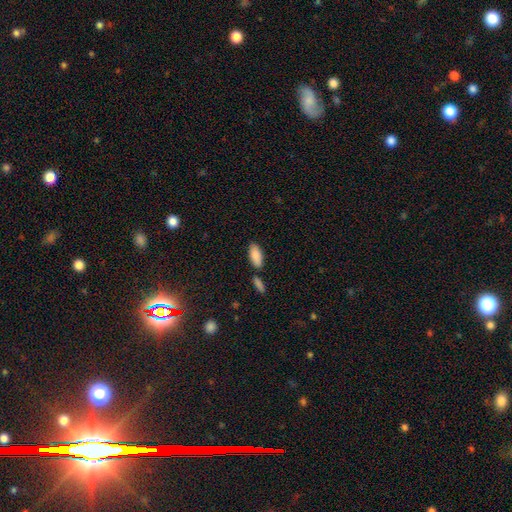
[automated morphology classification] Smooth or featured?
  - smooth: 88% *
  - star or artifact: 6%
  - featured or disk: 6%
How rounded?
  - in between: 85% *
  - cigar-shaped: 13%
  - round: 2%
Merging?
  - none: 75% *
  - merger: 11%
  - minor disturbance: 11%
  - major disturbance: 3%